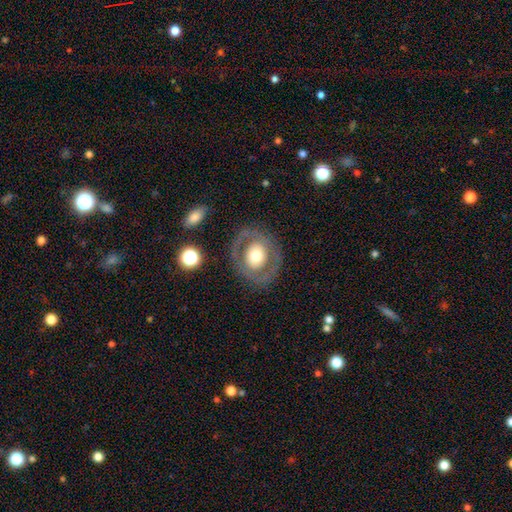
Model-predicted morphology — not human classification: featured or disk 51%, smooth 42%, star or artifact 7%. Down the decision tree: edge-on disk — no (94%); merging — none (79%).